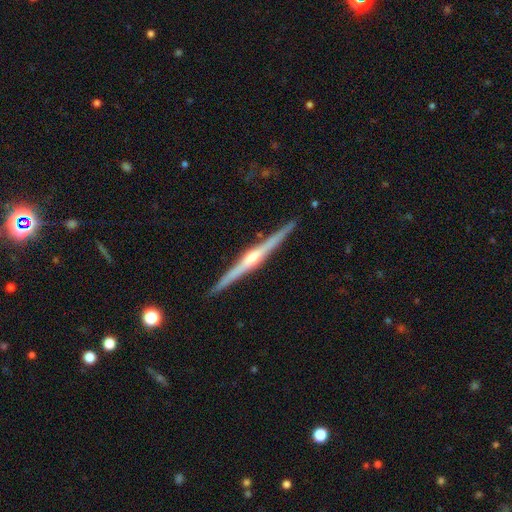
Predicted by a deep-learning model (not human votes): smooth-or-featured: featured or disk: 85% | smooth: 11% | star or artifact: 5%
  disk-edge-on: yes: 99% | no: 1%
    edge-on-bulge: rounded: 86% | none: 7% | boxy: 7%
  merging: none: 91% | minor disturbance: 6% | major disturbance: 1% | merger: 1%